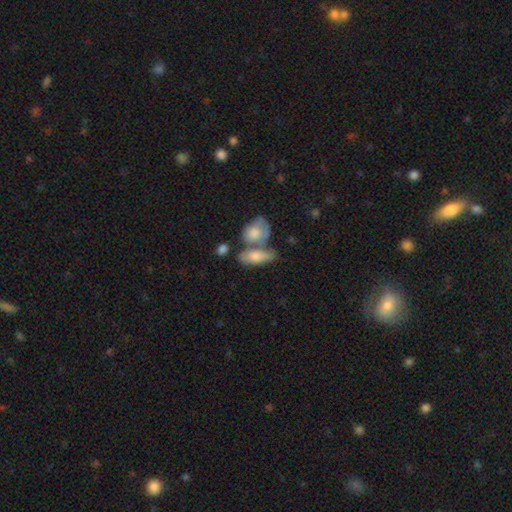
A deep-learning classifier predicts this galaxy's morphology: Smooth or featured?
  - smooth: 66% *
  - featured or disk: 27%
  - star or artifact: 8%
How rounded?
  - in between: 70% *
  - cigar-shaped: 22%
  - round: 8%
Merging?
  - none: 41% *
  - merger: 38%
  - minor disturbance: 14%
  - major disturbance: 7%